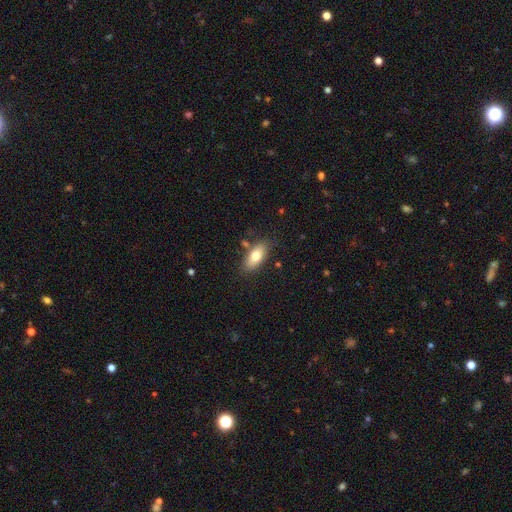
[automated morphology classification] type=smooth (74%); roundness=in between (85%); merging=none (79%).